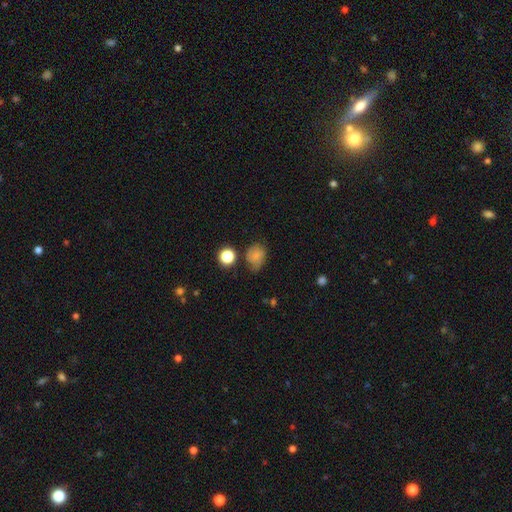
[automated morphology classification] Smooth or featured? smooth (71%)
How rounded? round (58%)
Merging? none (51%)